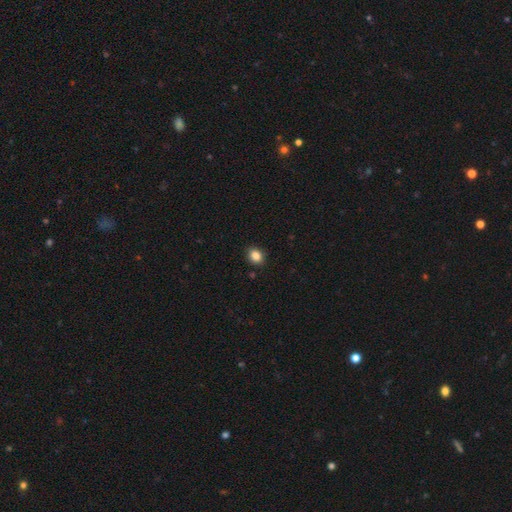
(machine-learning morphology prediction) This appears to be a smooth galaxy with no disk features (85%) that is round (57%). Merging: none (89%).